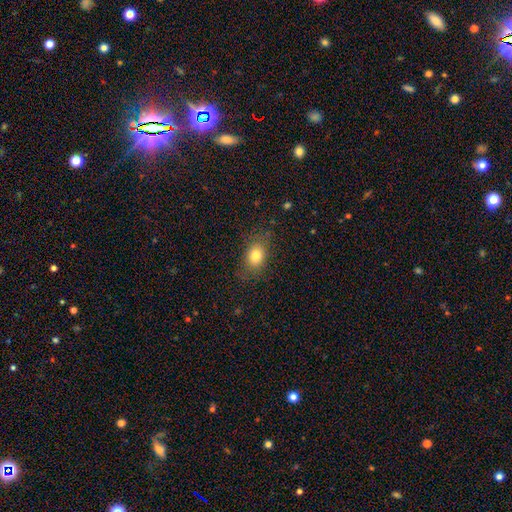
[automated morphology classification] type=smooth (79%); roundness=in between (69%); merging=none (79%).